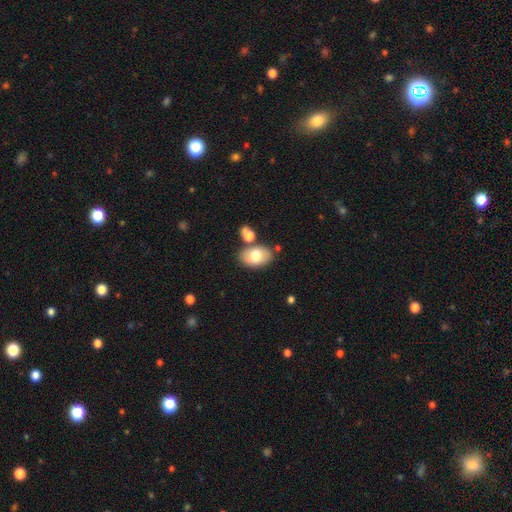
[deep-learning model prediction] The model was most divided on "smooth or featured": smooth: 72%, featured or disk: 21%, star or artifact: 7%. More confident: how rounded — in between (89%); merging — none (71%).